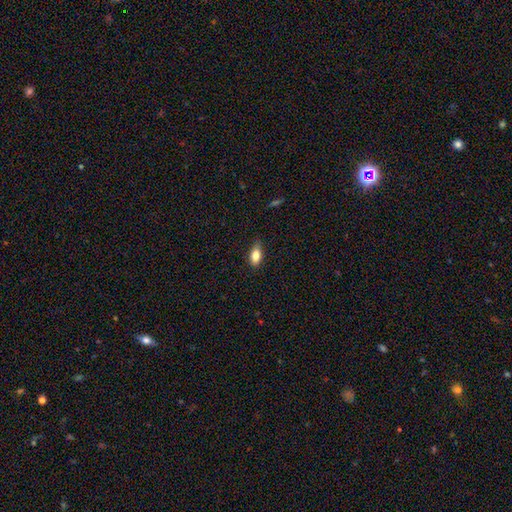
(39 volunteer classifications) smooth 85%, featured or disk 10%, star or artifact 5%. Down the decision tree: how rounded — in between (82%); merging — none (54%).